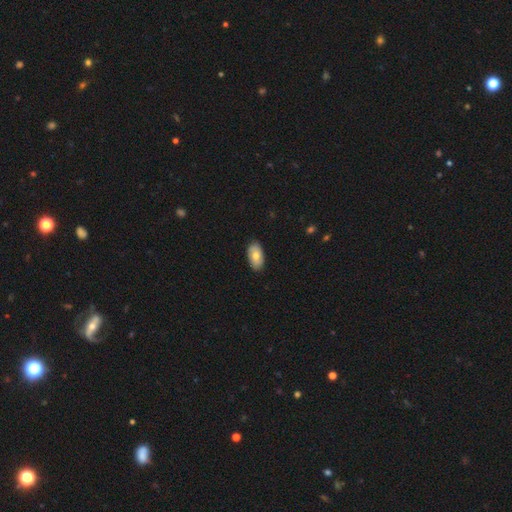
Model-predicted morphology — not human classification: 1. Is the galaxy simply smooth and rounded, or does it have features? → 72% smooth, 22% featured or disk, 6% star or artifact.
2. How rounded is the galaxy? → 94% in between, 4% round, 2% cigar-shaped.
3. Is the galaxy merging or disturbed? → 87% none, 10% minor disturbance, 2% major disturbance, 1% merger.